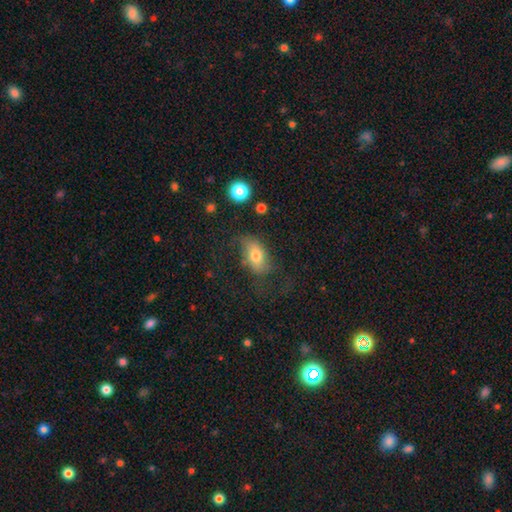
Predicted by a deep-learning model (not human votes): Q: Smooth or featured?
A: smooth (67%); runner-up: featured or disk (23%)
Q: How rounded?
A: in between (88%); runner-up: round (8%)
Q: Merging?
A: none (52%); runner-up: minor disturbance (23%)